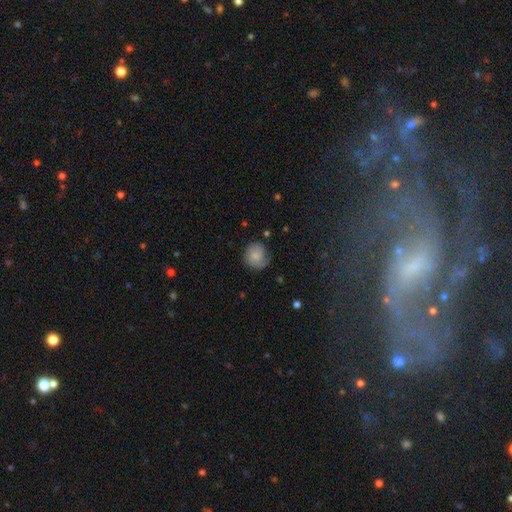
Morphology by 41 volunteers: This appears to be a smooth galaxy with no disk features (49%) that is round (90%). Merging: none (58%).